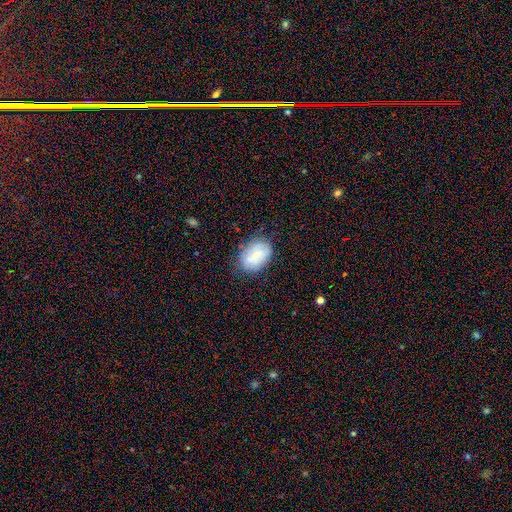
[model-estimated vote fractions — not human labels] Overall: smooth (63%; featured or disk 28%). How rounded: in between (78%). Merging: none (70%).